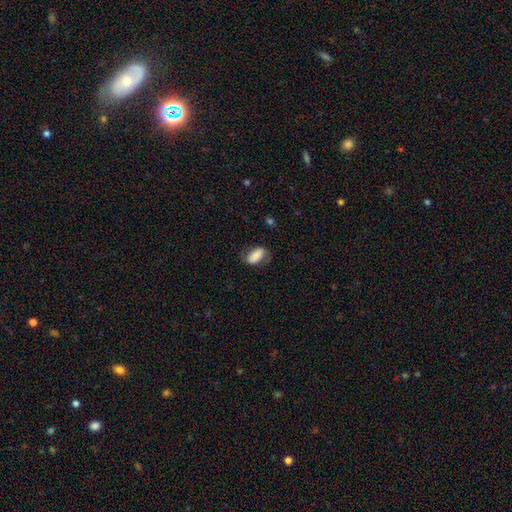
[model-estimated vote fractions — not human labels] This appears to be a smooth galaxy with no disk features (77%) that is in between round and cigar-shaped (88%). Merging: none (63%).